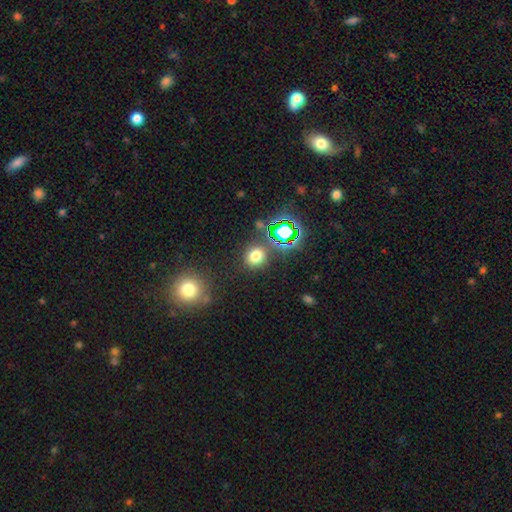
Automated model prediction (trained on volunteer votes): Smooth or featured: smooth — 68% (star or artifact — 26%)
How rounded: round — 78% (in between — 21%)
Merging: none — 83% (minor disturbance — 9%)